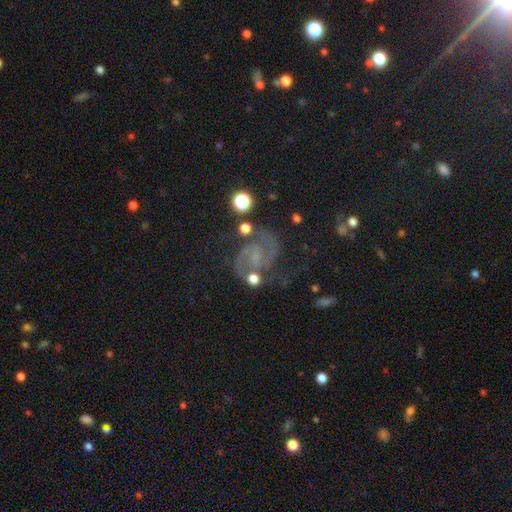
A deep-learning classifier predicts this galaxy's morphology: Overall: featured or disk (81%). Edge-on disk: no (98%). Bar: weak (45%; no 41%). Spiral arms: yes (97%). Spiral arm count: 2 (90%). Spiral winding: medium (57%; tight 27%). Bulge size: small (57%; none 24%). Merging: none (65%).